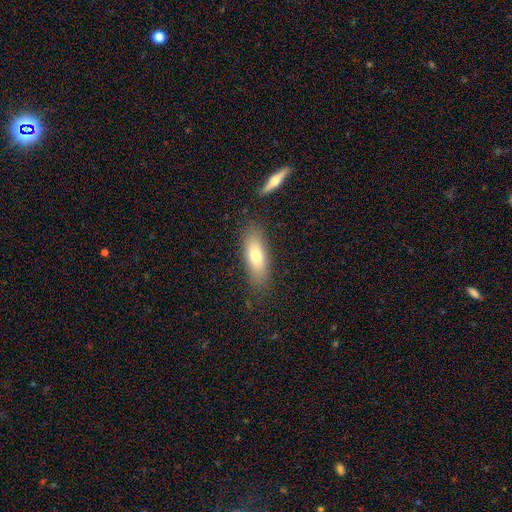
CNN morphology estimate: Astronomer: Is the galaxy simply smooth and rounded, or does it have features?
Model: smooth — 71%.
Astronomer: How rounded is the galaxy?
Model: in between — 60% (runner-up: cigar-shaped, 38%).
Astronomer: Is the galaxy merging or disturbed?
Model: none — 81%.